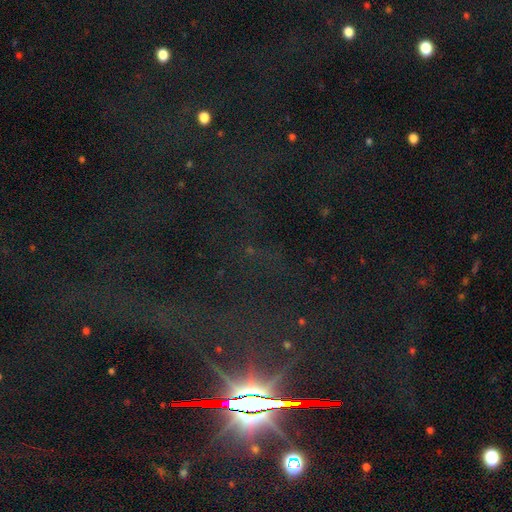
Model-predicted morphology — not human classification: This is clearly a star or artifact rather than a galaxy (84%).